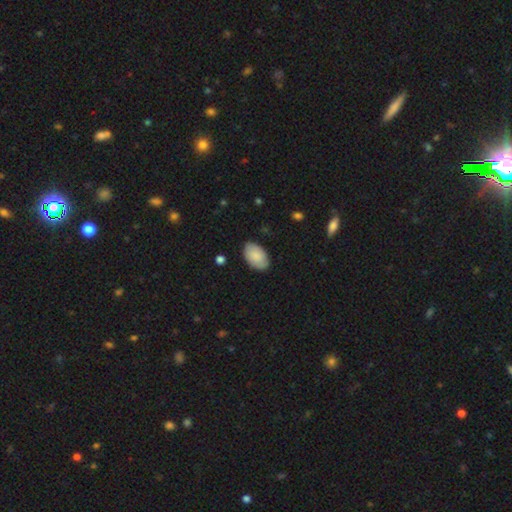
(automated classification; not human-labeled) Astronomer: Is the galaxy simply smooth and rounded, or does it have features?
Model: smooth — 86%.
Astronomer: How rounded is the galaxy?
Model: in between — 93%.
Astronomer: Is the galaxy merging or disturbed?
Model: none — 84%.